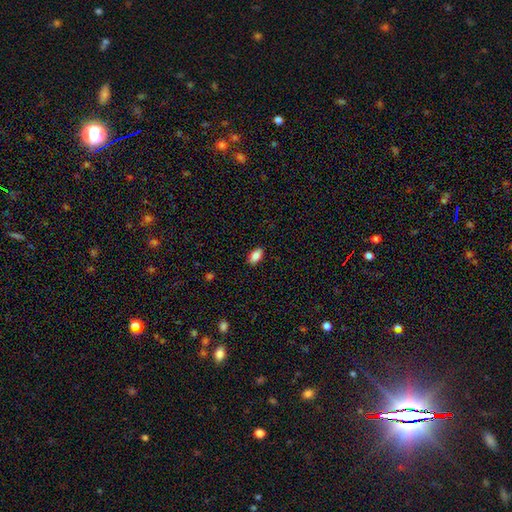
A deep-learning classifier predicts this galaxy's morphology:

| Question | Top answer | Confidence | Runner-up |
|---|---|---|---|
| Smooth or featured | smooth | 86% | star or artifact (8%) |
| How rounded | in between | 92% | round (5%) |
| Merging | none | 88% | minor disturbance (9%) |